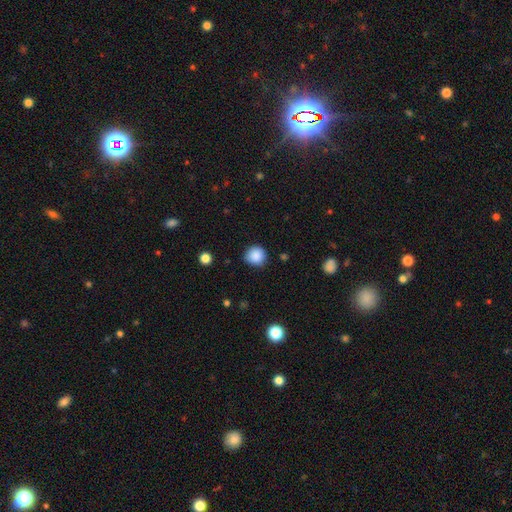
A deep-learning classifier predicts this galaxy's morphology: Smooth or featured? Predicted: smooth (p=0.87). How rounded? Predicted: round (p=0.92). Merging? Predicted: none (p=0.84).